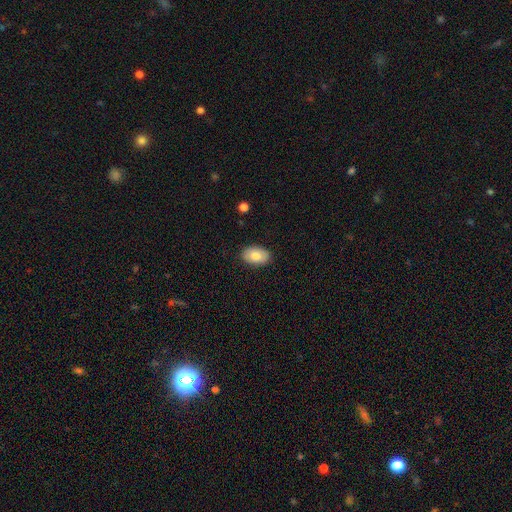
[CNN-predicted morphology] The model was most divided on "smooth or featured": smooth: 75%, featured or disk: 18%, star or artifact: 7%. More confident: how rounded — in between (90%); merging — none (88%).